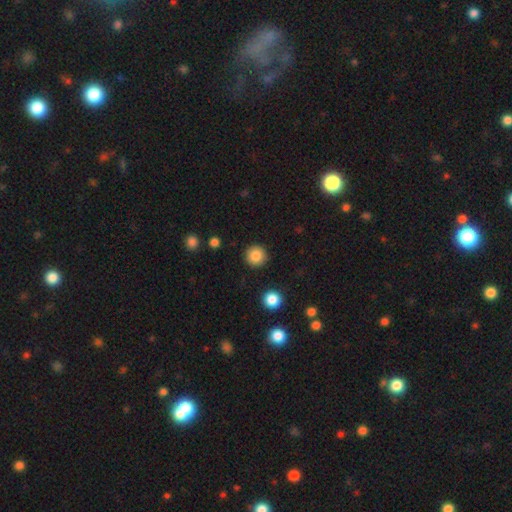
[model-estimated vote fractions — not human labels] Smooth or featured?
  - smooth: 86% *
  - star or artifact: 10%
  - featured or disk: 5%
How rounded?
  - round: 95% *
  - in between: 4%
  - cigar-shaped: 1%
Merging?
  - none: 91% *
  - minor disturbance: 5%
  - major disturbance: 2%
  - merger: 1%